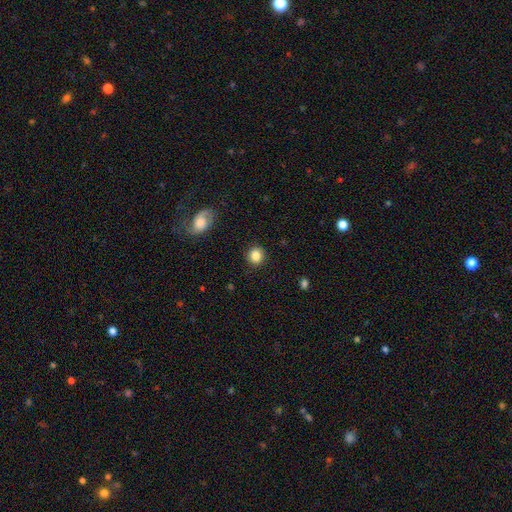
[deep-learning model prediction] smooth 85%, star or artifact 10%, featured or disk 5%. Down the decision tree: how rounded — round (83%); merging — none (89%).